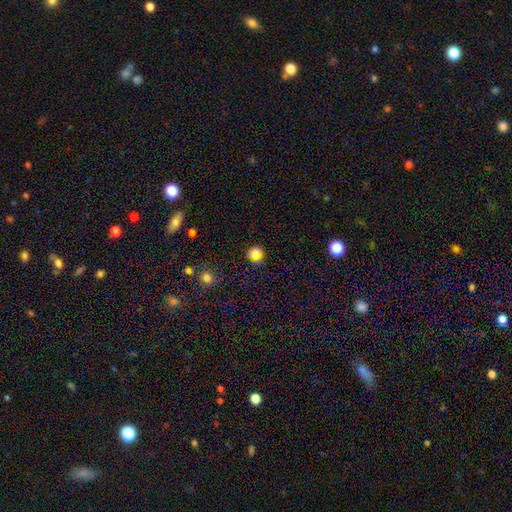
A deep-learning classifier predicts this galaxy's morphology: Smooth or featured?
  - smooth: 79% *
  - star or artifact: 16%
  - featured or disk: 5%
How rounded?
  - round: 84% *
  - in between: 15%
  - cigar-shaped: 1%
Merging?
  - none: 78% *
  - minor disturbance: 12%
  - merger: 6%
  - major disturbance: 4%